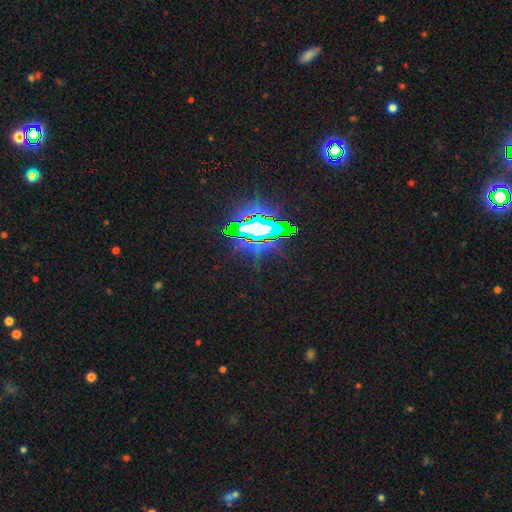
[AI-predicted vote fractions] smooth-or-featured: star or artifact: 81% | smooth: 9% | featured or disk: 9%